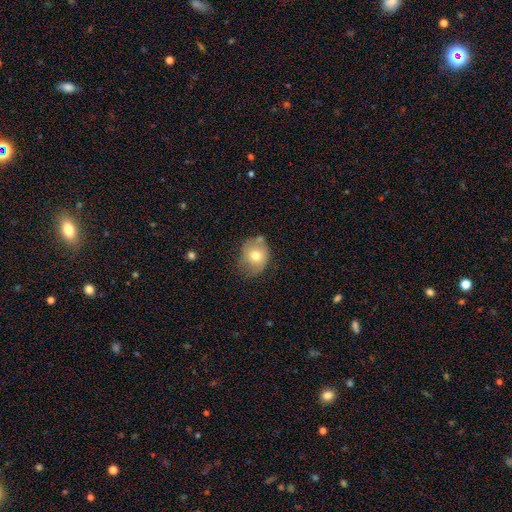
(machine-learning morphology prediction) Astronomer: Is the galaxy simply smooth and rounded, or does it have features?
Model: smooth — 69%.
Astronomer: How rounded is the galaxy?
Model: round — 60% (runner-up: in between, 39%).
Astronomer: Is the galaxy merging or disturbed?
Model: none — 59%.